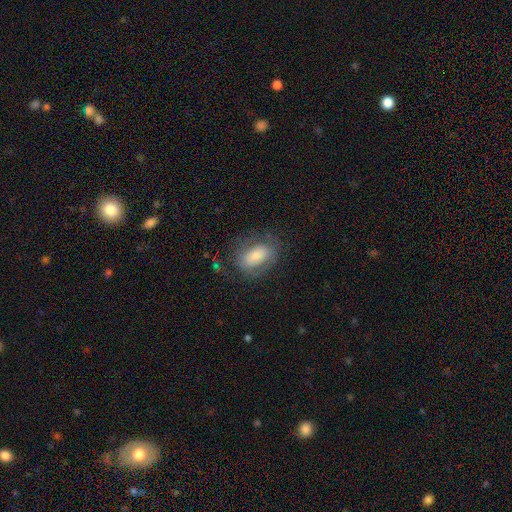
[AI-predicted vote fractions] Smooth or featured?
  - smooth: 60% *
  - featured or disk: 32%
  - star or artifact: 8%
How rounded?
  - in between: 84% *
  - round: 13%
  - cigar-shaped: 2%
Merging?
  - none: 66% *
  - minor disturbance: 20%
  - major disturbance: 13%
  - merger: 2%